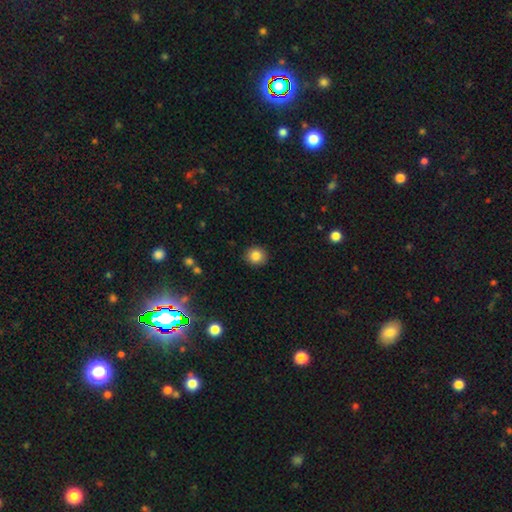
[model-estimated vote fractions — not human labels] Overall: smooth (84%). How rounded: round (89%). Merging: none (91%).